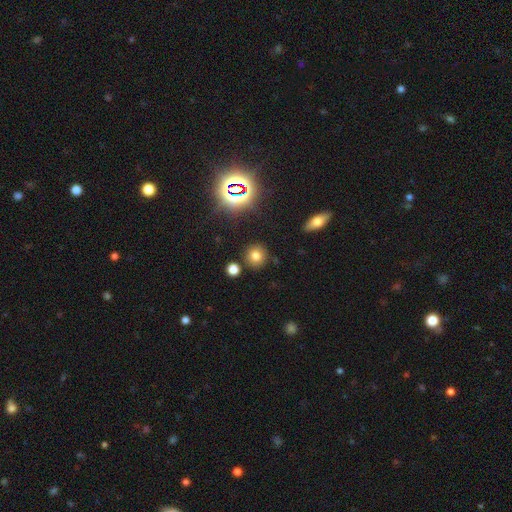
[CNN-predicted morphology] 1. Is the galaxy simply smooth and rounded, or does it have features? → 72% smooth, 20% star or artifact, 8% featured or disk.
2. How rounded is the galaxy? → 89% round, 10% in between, 1% cigar-shaped.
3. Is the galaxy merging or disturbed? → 85% none, 8% minor disturbance, 5% merger, 3% major disturbance.